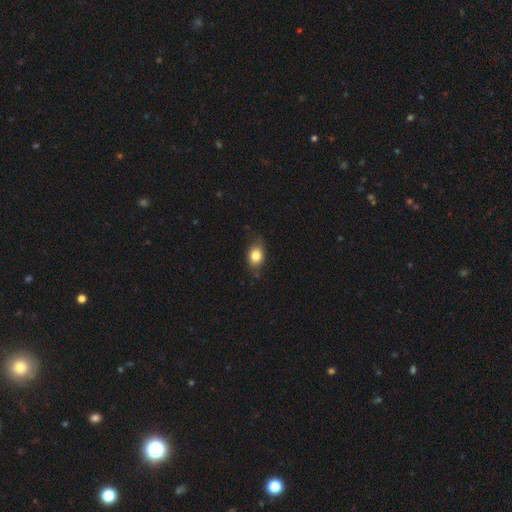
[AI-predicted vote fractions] smooth-or-featured: smooth: 81% | featured or disk: 11% | star or artifact: 9%
  how-rounded: in between: 72% | round: 26% | cigar-shaped: 2%
  merging: none: 67% | minor disturbance: 26% | major disturbance: 5% | merger: 2%